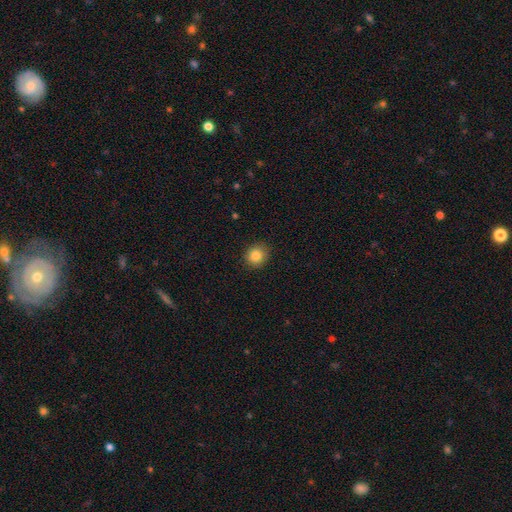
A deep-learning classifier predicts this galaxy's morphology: smooth_or_featured: smooth (p=0.84) [alt: star or artifact p=0.10]
how_rounded: round (p=0.81) [alt: in between p=0.18]
merging: none (p=0.89) [alt: minor disturbance p=0.08]